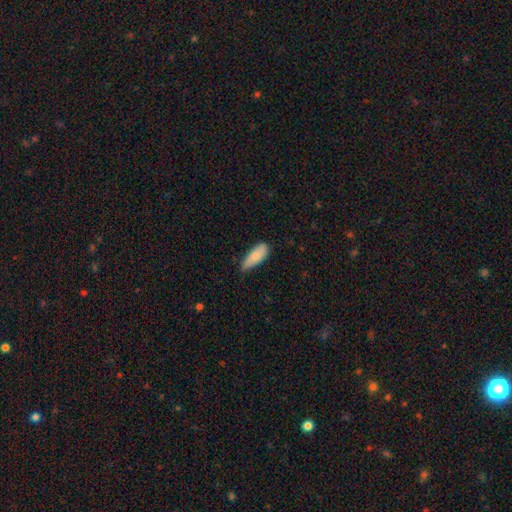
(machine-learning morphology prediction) Smooth or featured?
  - smooth: 83% *
  - featured or disk: 11%
  - star or artifact: 6%
How rounded?
  - in between: 74% *
  - cigar-shaped: 24%
  - round: 2%
Merging?
  - none: 54% *
  - minor disturbance: 38%
  - major disturbance: 5%
  - merger: 2%